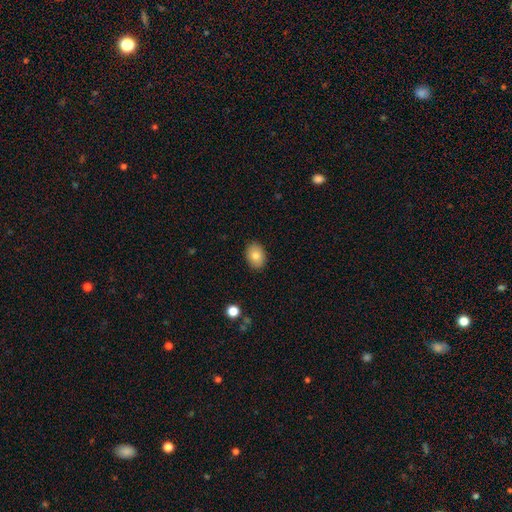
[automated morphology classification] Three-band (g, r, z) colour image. It shows a smooth galaxy with no disk features (82%) that is in between round and cigar-shaped (73%). Merging: none (88%).